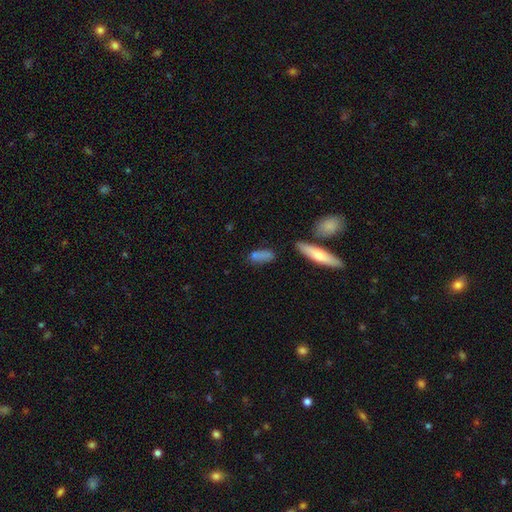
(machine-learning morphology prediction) Smooth or featured?
  - smooth: 69% *
  - featured or disk: 19%
  - star or artifact: 11%
How rounded?
  - in between: 48% *
  - cigar-shaped: 46%
  - round: 6%
Merging?
  - none: 71% *
  - minor disturbance: 16%
  - merger: 9%
  - major disturbance: 5%